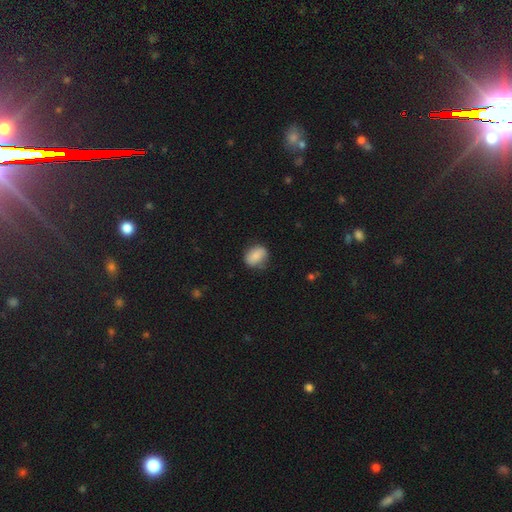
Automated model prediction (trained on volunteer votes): Smooth or featured: smooth — 82% (featured or disk — 10%)
How rounded: in between — 61% (round — 37%)
Merging: none — 75% (minor disturbance — 20%)